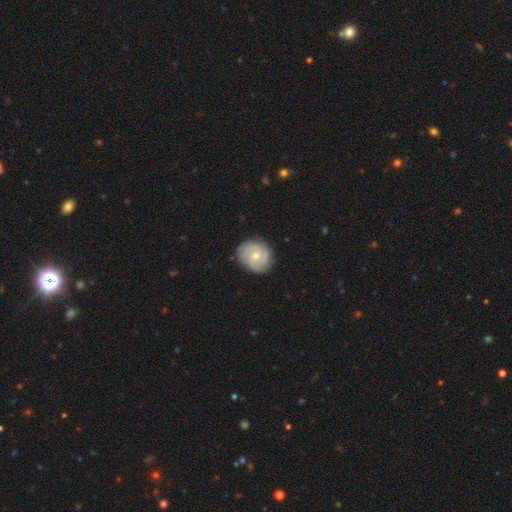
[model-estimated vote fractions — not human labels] A featured or disk galaxy (68%) with no bar (69%), 2 (35%) tight (56%) spiral arms (91%) and a moderate central bulge (51%).

Vote fractions:
- Smooth or featured? featured or disk: 68% / smooth: 26% / star or artifact: 6%
- Edge-on disk? no: 98% / yes: 2%
- Bar? no: 69% / weak: 27% / strong: 4%
- Spiral arms? yes: 91% / no: 9%
- Spiral winding? tight: 56% / medium: 35% / loose: 9%
- Spiral arm count? 2: 35% / 3: 28% / can't tell: 24% / 4: 6% / 1: 4% / more than 4: 4%
- Bulge size? moderate: 51% / small: 45% / large: 2% / none: 1% / dominant: 1%
- Merging? none: 79% / minor disturbance: 16% / major disturbance: 4% / merger: 1%